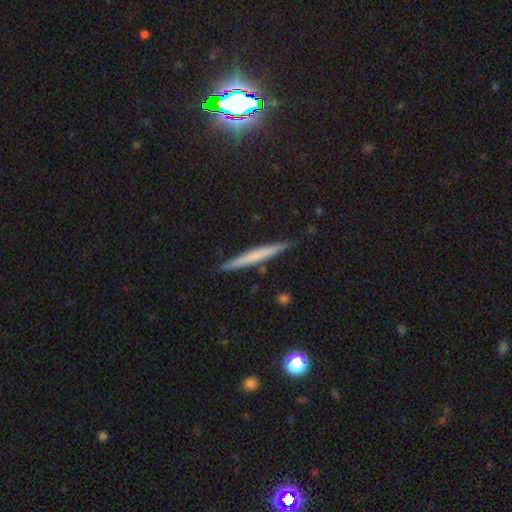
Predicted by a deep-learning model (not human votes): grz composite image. It shows a smooth galaxy with no disk features (55%) that is cigar-shaped (96%). Merging: none (90%).